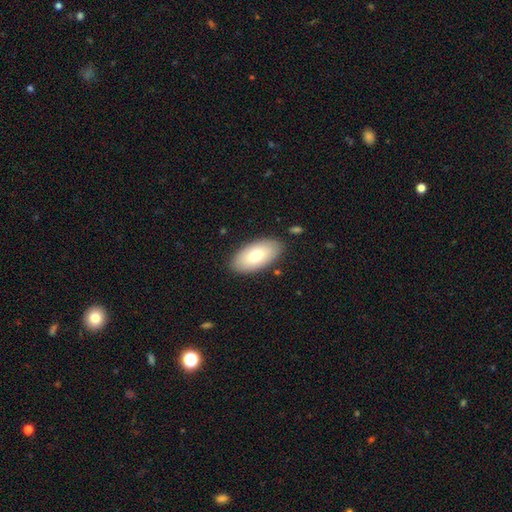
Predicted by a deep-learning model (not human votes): This appears to be a smooth galaxy with no disk features (72%) that is in between round and cigar-shaped (94%). Merging: none (86%).